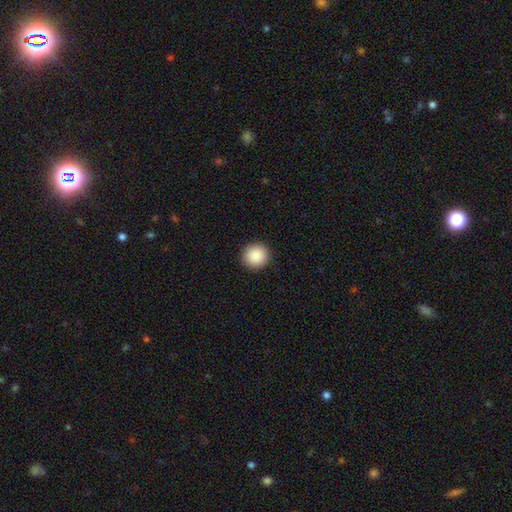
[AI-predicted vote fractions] Smooth or featured?
  - smooth: 89% *
  - star or artifact: 8%
  - featured or disk: 3%
How rounded?
  - round: 94% *
  - in between: 5%
  - cigar-shaped: 1%
Merging?
  - none: 93% *
  - minor disturbance: 5%
  - major disturbance: 2%
  - merger: 1%